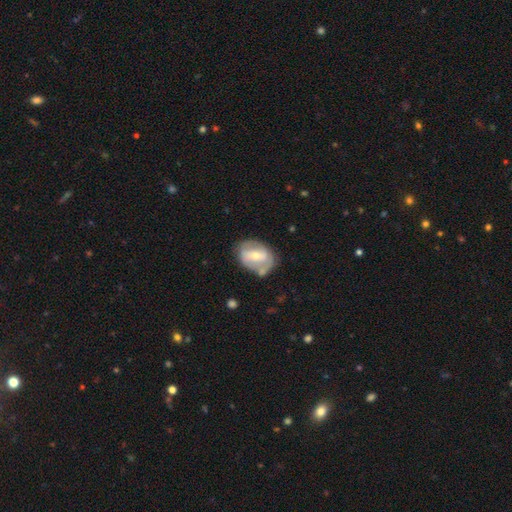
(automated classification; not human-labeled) Overall: featured or disk (60%; smooth 34%). Edge-on disk: no (95%). Bar: weak (37%; no 35%). Spiral arms: yes (51%; no 49%). Bulge size: moderate (50%; small 46%). Merging: none (60%; minor disturbance 23%).